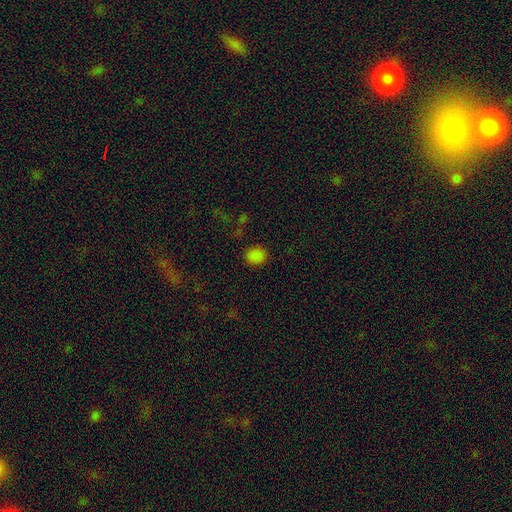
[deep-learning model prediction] The model was most divided on "how rounded": round: 73%, in between: 26%, cigar-shaped: 1%. More confident: merging — none (86%); smooth or featured — smooth (81%).